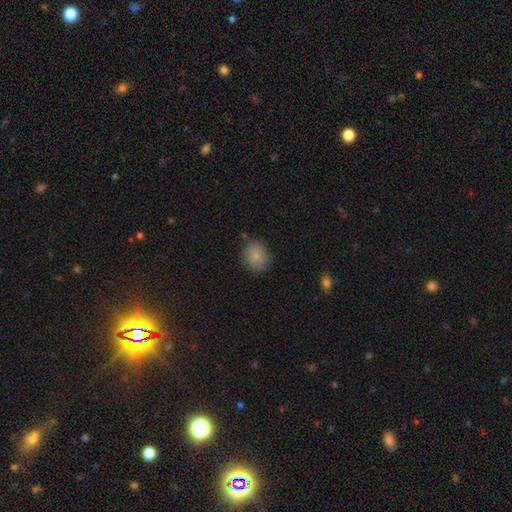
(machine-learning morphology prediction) Q: Smooth or featured?
A: smooth (85%); runner-up: star or artifact (9%)
Q: How rounded?
A: round (69%); runner-up: in between (30%)
Q: Merging?
A: none (78%); runner-up: minor disturbance (16%)